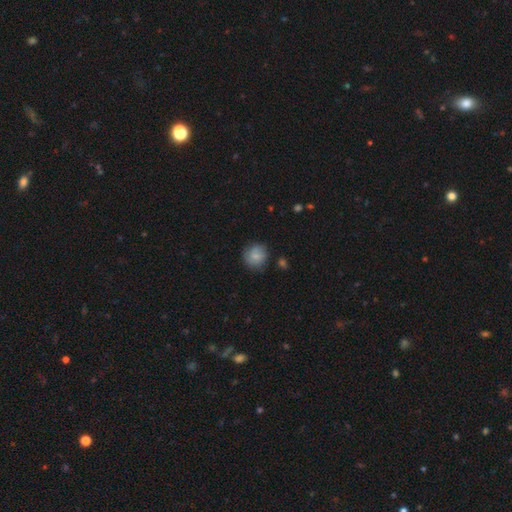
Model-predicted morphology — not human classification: type=smooth (74%); roundness=round (86%); merging=none (73%).